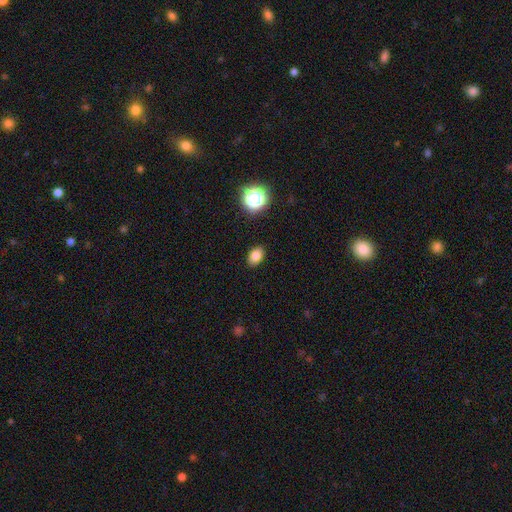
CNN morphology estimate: smooth_or_featured: smooth (p=0.82) [alt: star or artifact p=0.12]
how_rounded: in between (p=0.80) [alt: round p=0.18]
merging: none (p=0.88) [alt: minor disturbance p=0.08]